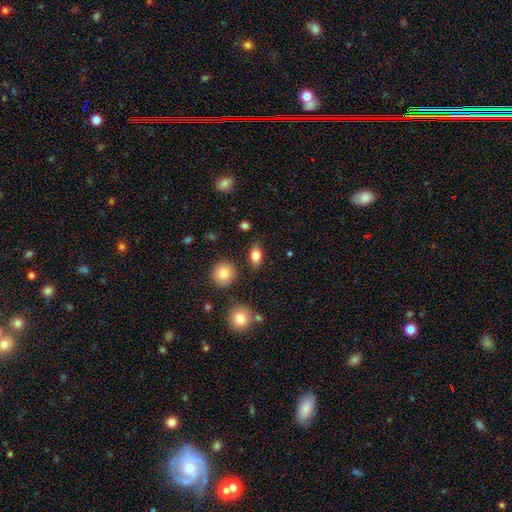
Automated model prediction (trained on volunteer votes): This is clearly a smooth galaxy (82%). How rounded: likely in between (80%). Merging: clearly none (82%).